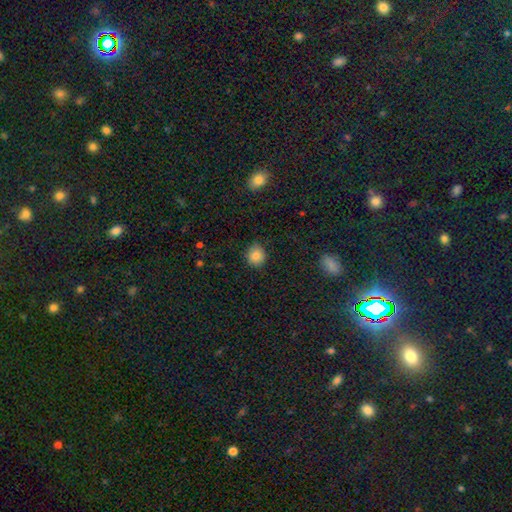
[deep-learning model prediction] Overall: smooth (83%). How rounded: round (80%). Merging: none (82%).